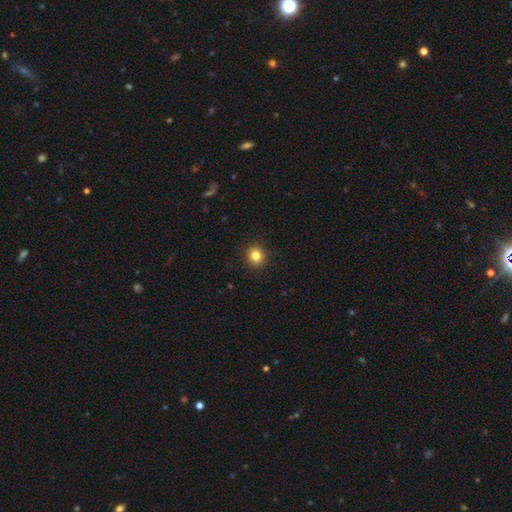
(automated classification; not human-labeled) Smooth or featured? smooth (83%)
How rounded? round (88%)
Merging? none (92%)